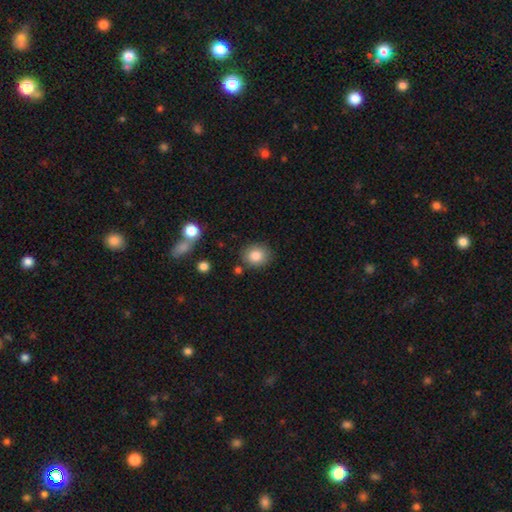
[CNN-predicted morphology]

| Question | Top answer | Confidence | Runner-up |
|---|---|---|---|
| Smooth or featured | smooth | 84% | star or artifact (9%) |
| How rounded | round | 72% | in between (27%) |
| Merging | none | 82% | minor disturbance (11%) |